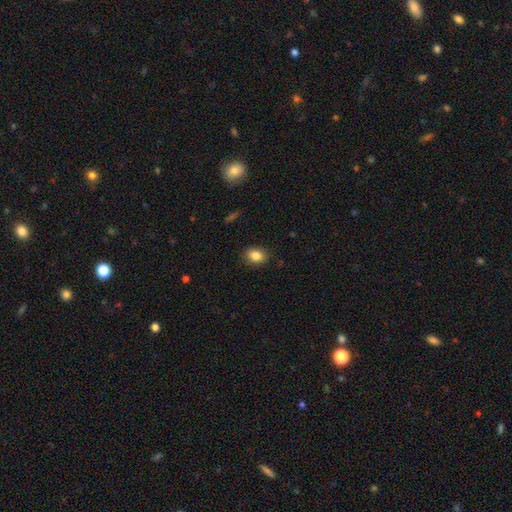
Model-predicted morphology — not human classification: A smooth galaxy with no disk features (84%) that is in between round and cigar-shaped (64%). Merging: none (85%).